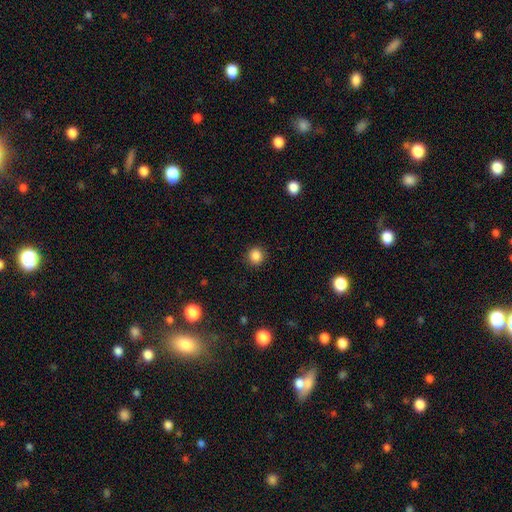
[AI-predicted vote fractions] Overall: smooth (86%). How rounded: round (90%). Merging: none (90%).